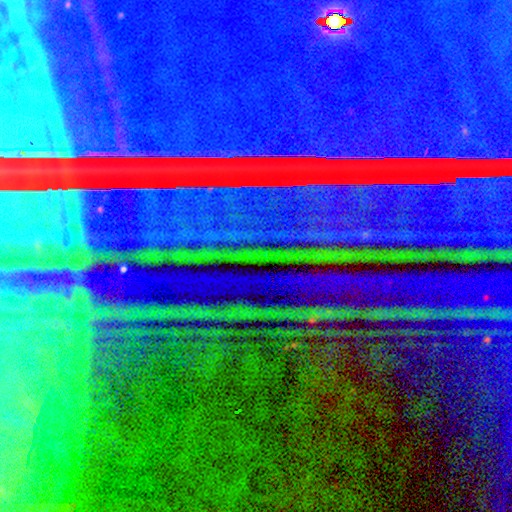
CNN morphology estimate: star or artifact 86%, featured or disk 10%, smooth 4%.